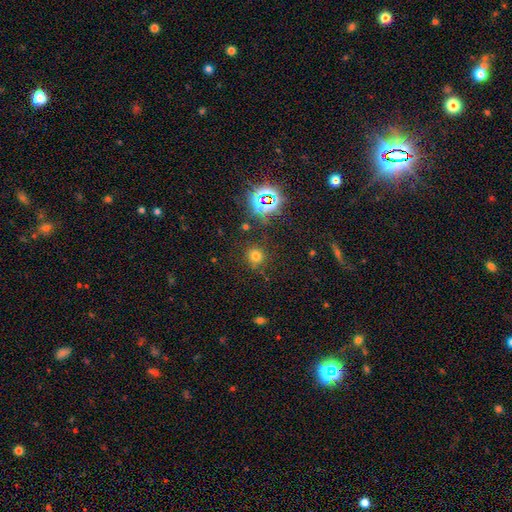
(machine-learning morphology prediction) smooth_or_featured: smooth (p=0.67) [alt: star or artifact p=0.26]
how_rounded: round (p=0.91) [alt: in between p=0.08]
merging: none (p=0.84) [alt: minor disturbance p=0.09]